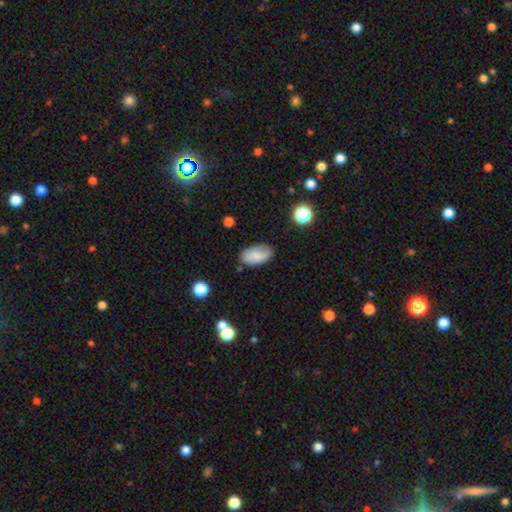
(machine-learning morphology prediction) This appears to be a smooth galaxy with no disk features (81%) that is in between round and cigar-shaped (94%). Merging: none (78%).